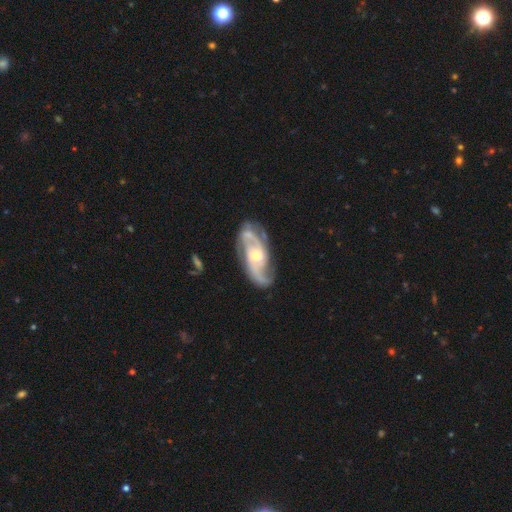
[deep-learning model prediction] Morphology: type=featured or disk (88%); edge-on=no (95%); bar=no (55%); spiral arms=yes (97%); winding=medium (50%); arm count=2 (70%); bulge=moderate (57%); merging=none (70%).